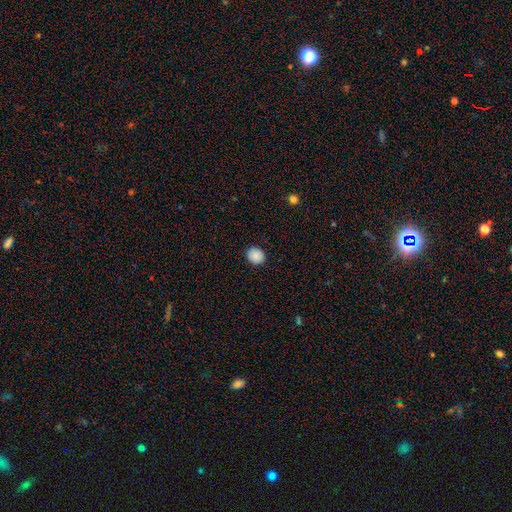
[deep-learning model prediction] This appears to be a smooth galaxy with no disk features (88%) that is round (77%). Merging: none (89%).